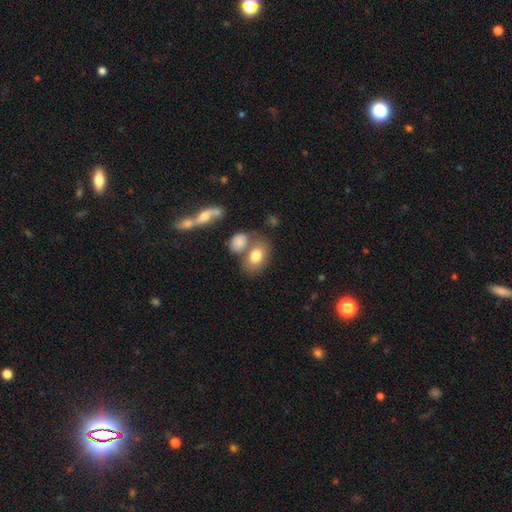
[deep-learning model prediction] smooth 77%, featured or disk 15%, star or artifact 8%. Down the decision tree: how rounded — in between (82%); merging — none (52%).